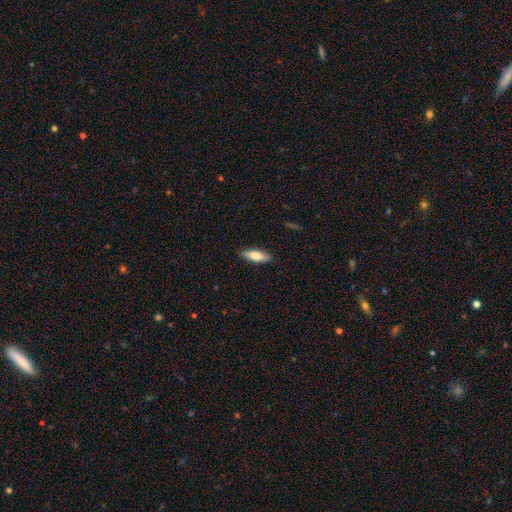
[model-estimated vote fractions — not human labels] smooth_or_featured: smooth (p=0.76) [alt: featured or disk p=0.18]
how_rounded: in between (p=0.54) [alt: cigar-shaped p=0.44]
merging: none (p=0.89) [alt: minor disturbance p=0.08]